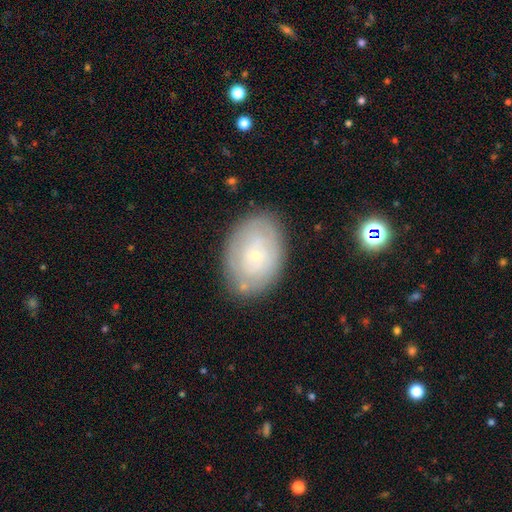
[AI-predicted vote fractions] Q: Smooth or featured?
A: featured or disk (53%); runner-up: smooth (39%)
Q: Edge-on disk?
A: no (94%); runner-up: yes (6%)
Q: Merging?
A: none (79%); runner-up: minor disturbance (15%)